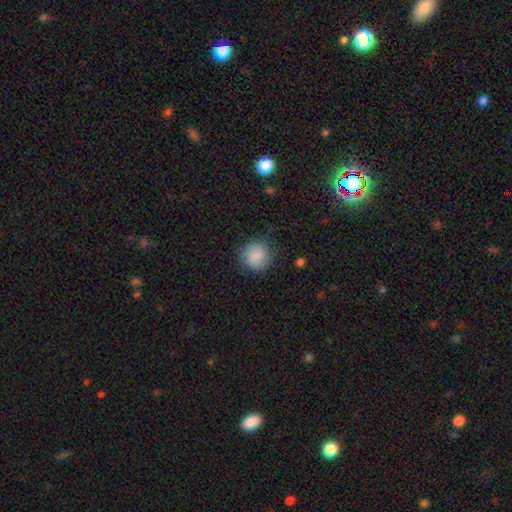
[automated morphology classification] A smooth galaxy with no disk features (84%) that is round (90%). Merging: none (79%).